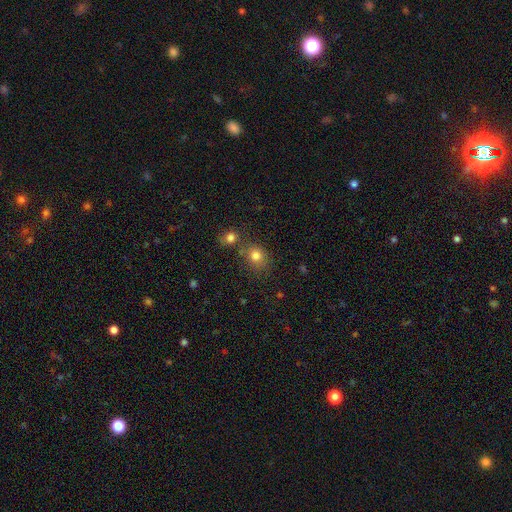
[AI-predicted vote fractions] Q: Smooth or featured?
A: smooth (79%); runner-up: star or artifact (14%)
Q: How rounded?
A: round (70%); runner-up: in between (29%)
Q: Merging?
A: none (63%); runner-up: merger (20%)